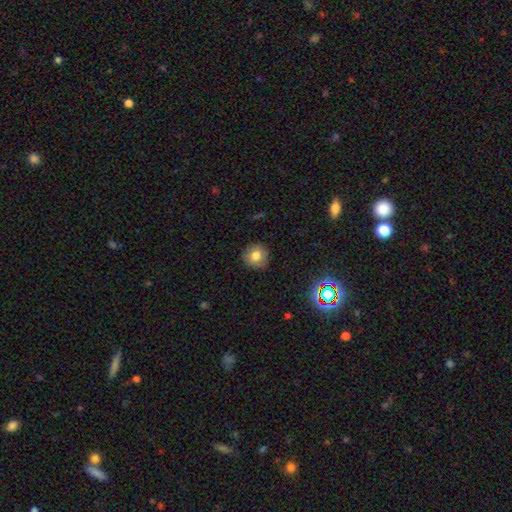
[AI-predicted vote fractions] Smooth or featured: smooth — 77% (star or artifact — 12%)
How rounded: round — 91% (in between — 8%)
Merging: none — 87% (minor disturbance — 10%)